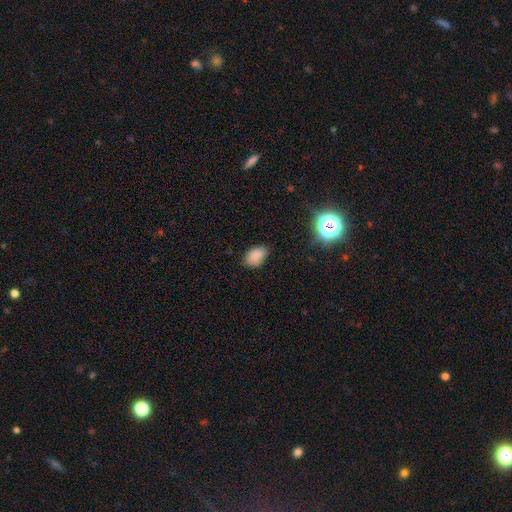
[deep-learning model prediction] This appears to be a smooth galaxy with no disk features (81%) that is in between round and cigar-shaped (84%). Merging: none (67%).